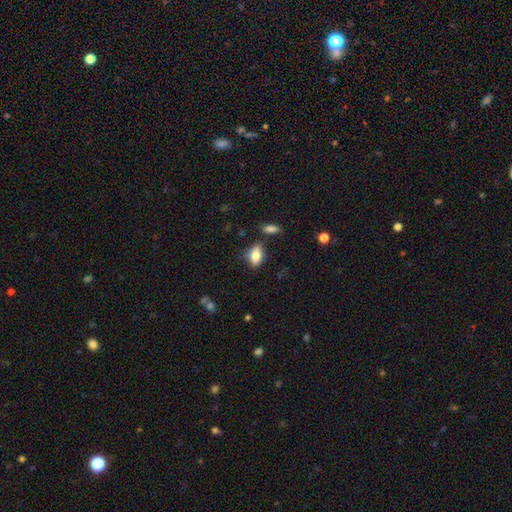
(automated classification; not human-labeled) Smooth or featured: smooth — 77% (featured or disk — 15%)
How rounded: in between — 85% (cigar-shaped — 7%)
Merging: none — 68% (minor disturbance — 19%)